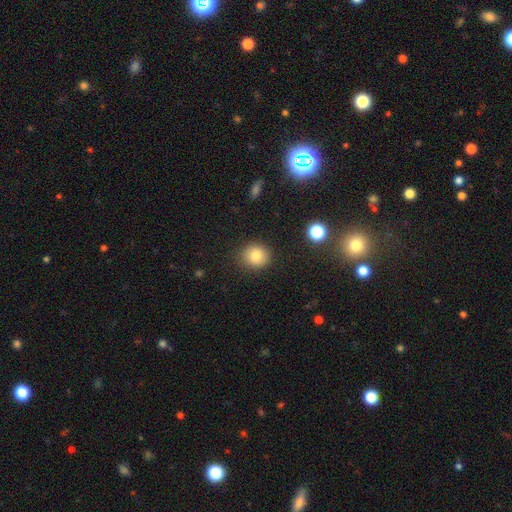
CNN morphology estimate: This is clearly a smooth galaxy (83%). How rounded: clearly round (83%). Merging: clearly none (88%).